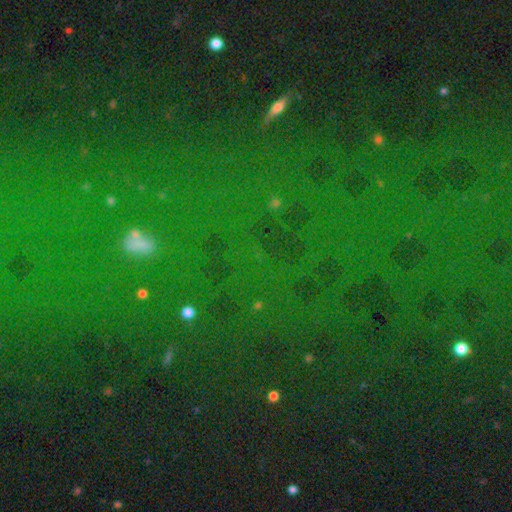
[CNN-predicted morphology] smooth_or_featured: star or artifact (p=0.74) [alt: smooth p=0.17]